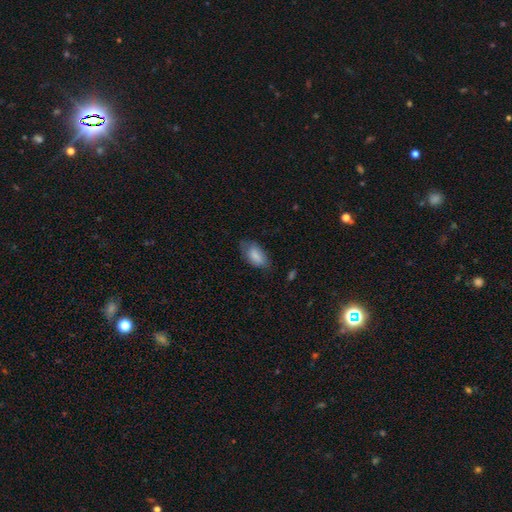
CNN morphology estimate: A smooth galaxy with no disk features (81%) that is in between round and cigar-shaped (92%).

Vote fractions:
- Smooth or featured? smooth: 81% / featured or disk: 12% / star or artifact: 7%
- How rounded? in between: 92% / cigar-shaped: 4% / round: 4%
- Merging? none: 59% / minor disturbance: 29% / major disturbance: 10% / merger: 2%